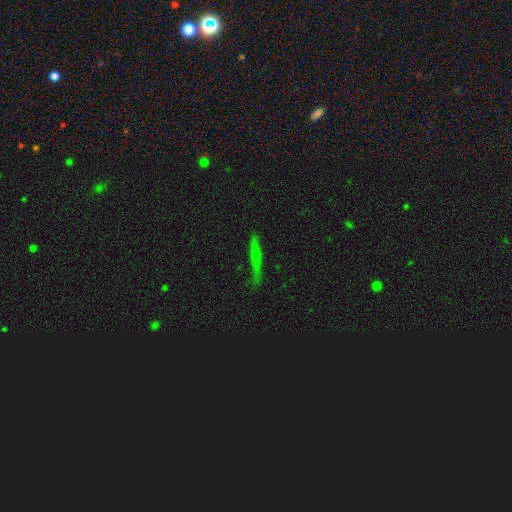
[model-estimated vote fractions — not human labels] This is possibly a featured or disk galaxy (57%). It is clearly viewed edge-on (95%). Edge-on bulge: likely rounded (69%). Merging: clearly none (83%).